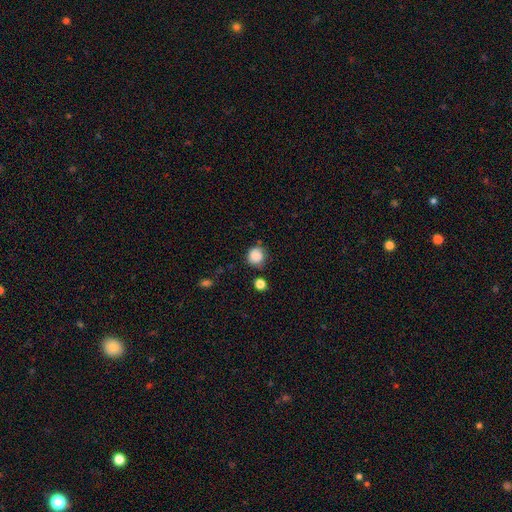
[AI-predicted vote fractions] smooth_or_featured: smooth (p=0.85) [alt: star or artifact p=0.10]
how_rounded: round (p=0.88) [alt: in between p=0.11]
merging: none (p=0.72) [alt: minor disturbance p=0.18]